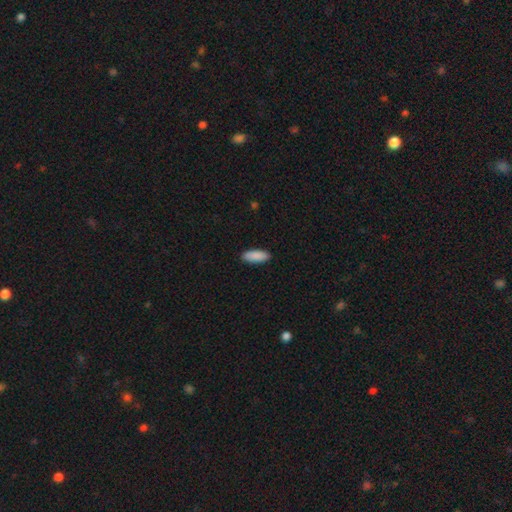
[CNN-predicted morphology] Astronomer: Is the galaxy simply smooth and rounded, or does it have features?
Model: smooth — 91%.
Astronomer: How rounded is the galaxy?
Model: in between — 74%.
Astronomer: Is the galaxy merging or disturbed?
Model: none — 90%.